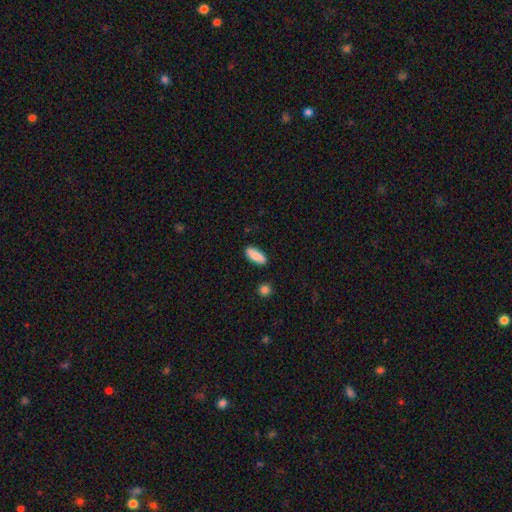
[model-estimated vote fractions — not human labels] This appears to be a smooth galaxy with no disk features (89%) that is in between round and cigar-shaped (76%). Merging: none (88%).